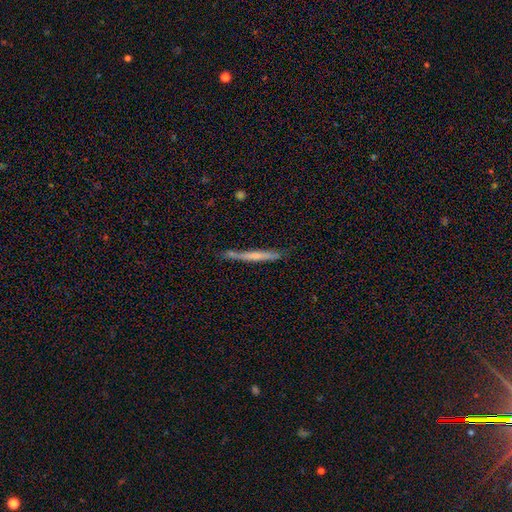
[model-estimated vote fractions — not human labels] This is possibly a featured or disk galaxy (48%). Merging: likely none (74%).